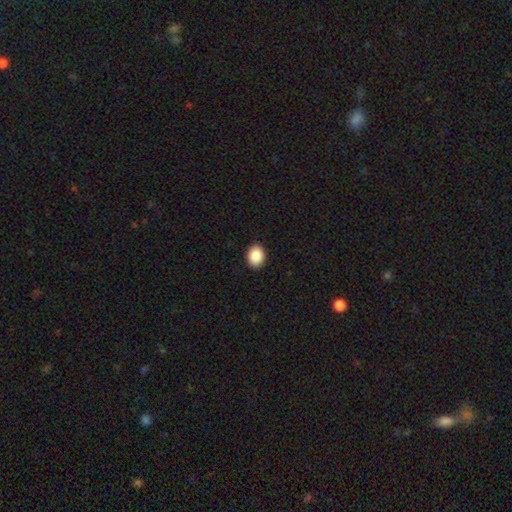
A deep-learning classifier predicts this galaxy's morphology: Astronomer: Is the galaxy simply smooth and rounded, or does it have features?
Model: smooth — 89%.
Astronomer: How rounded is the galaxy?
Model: in between — 60% (runner-up: round, 39%).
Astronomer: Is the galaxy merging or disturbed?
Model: none — 92%.